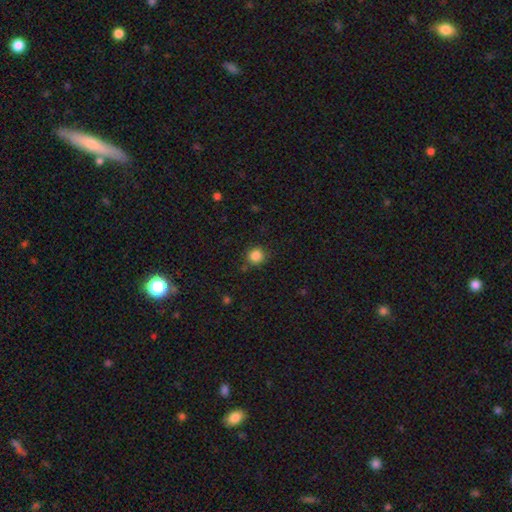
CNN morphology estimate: smooth-or-featured: smooth: 85% | star or artifact: 11% | featured or disk: 4%
  how-rounded: round: 92% | in between: 7% | cigar-shaped: 1%
  merging: none: 85% | minor disturbance: 9% | major disturbance: 3% | merger: 3%